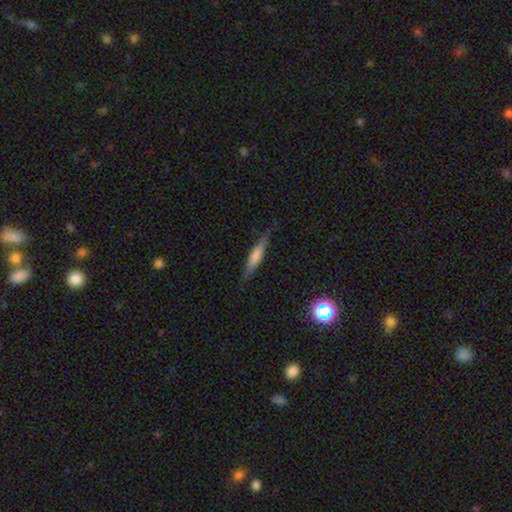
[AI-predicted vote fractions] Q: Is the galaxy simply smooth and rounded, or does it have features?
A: smooth — 54%.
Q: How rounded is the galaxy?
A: cigar-shaped — 86%.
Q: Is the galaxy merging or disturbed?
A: none — 83%.